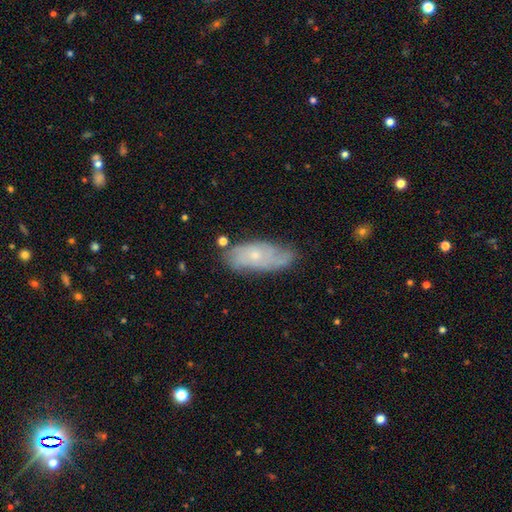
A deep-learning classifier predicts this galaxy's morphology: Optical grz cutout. It shows a featured or disk galaxy (57%) with no bar (81%), spiral arms (76%) and a small central bulge (72%). Merging: none (63%).